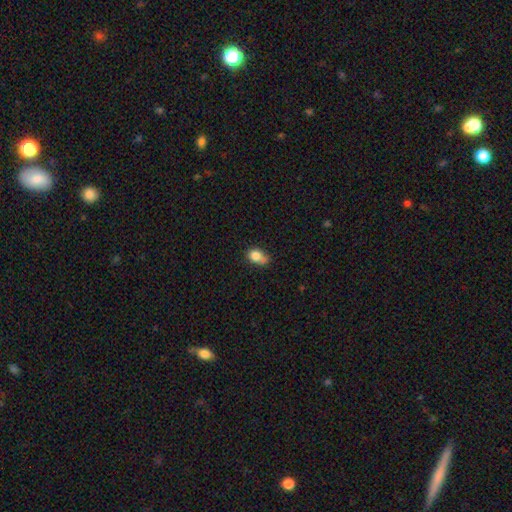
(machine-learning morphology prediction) Smooth or featured? smooth (80%)
How rounded? in between (66%)
Merging? none (40%)